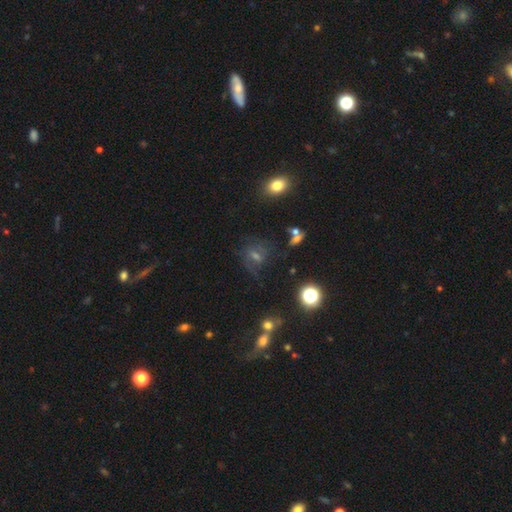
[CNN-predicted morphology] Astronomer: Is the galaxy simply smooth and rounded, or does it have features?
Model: featured or disk — 39% (runner-up: star or artifact, 32%).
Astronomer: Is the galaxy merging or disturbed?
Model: none — 60%.